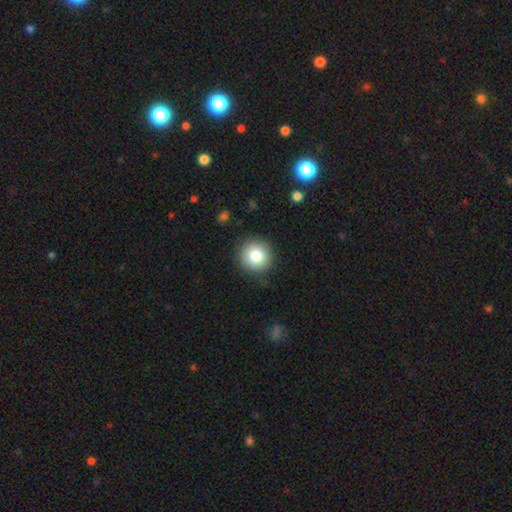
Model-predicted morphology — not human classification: smooth 81%, star or artifact 9%, featured or disk 9%. Down the decision tree: how rounded — round (95%); merging — none (89%).